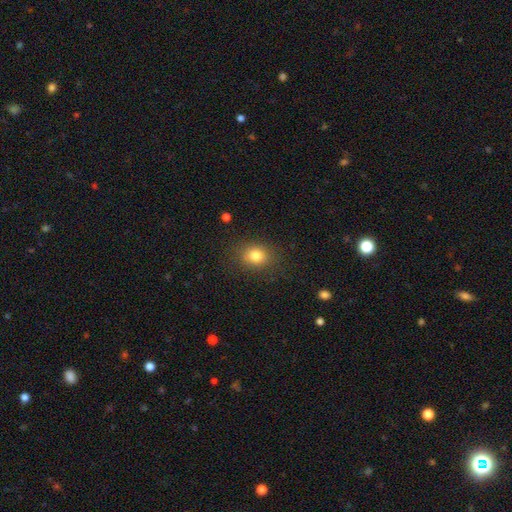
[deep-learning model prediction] This is clearly a smooth galaxy (80%). How rounded: possibly round (58%). Merging: clearly none (85%).